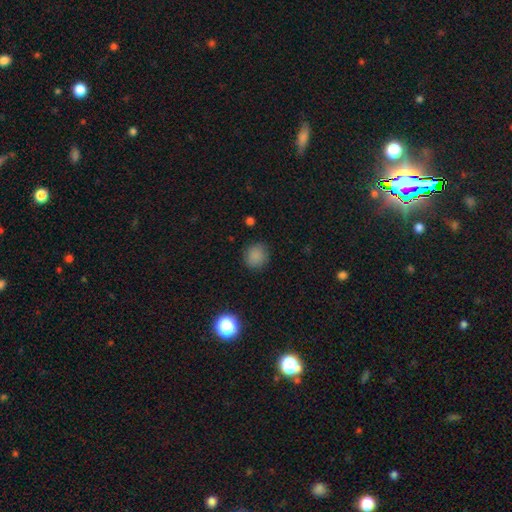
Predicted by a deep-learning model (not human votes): Smooth or featured: smooth — 84% (star or artifact — 12%)
How rounded: round — 88% (in between — 11%)
Merging: none — 87% (minor disturbance — 10%)